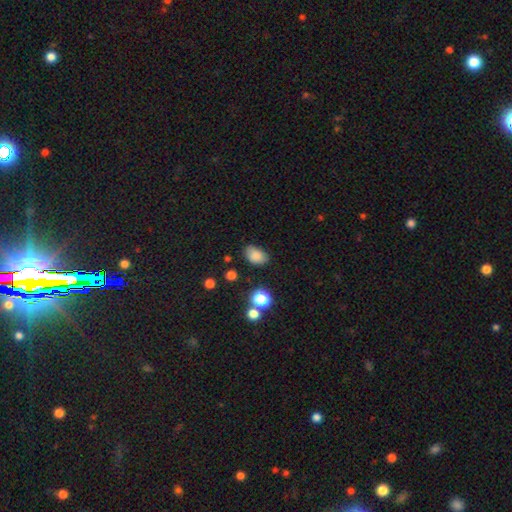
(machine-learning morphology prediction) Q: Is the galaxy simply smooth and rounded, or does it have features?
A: smooth — 83%.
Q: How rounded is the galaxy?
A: in between — 86%.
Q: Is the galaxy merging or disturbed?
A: none — 74%.